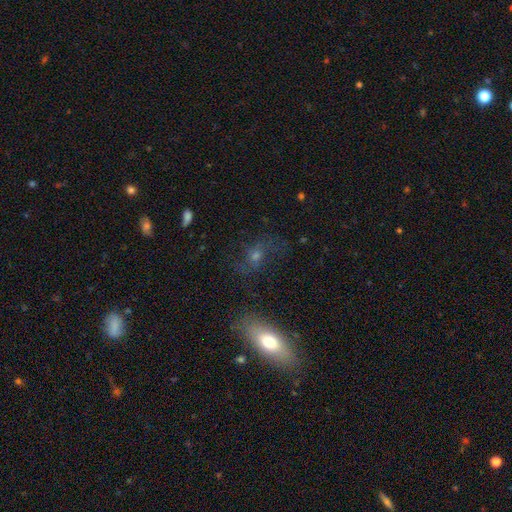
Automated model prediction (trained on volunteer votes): Smooth or featured: featured or disk — 40% (smooth — 36%)
Merging: none — 64% (minor disturbance — 18%)